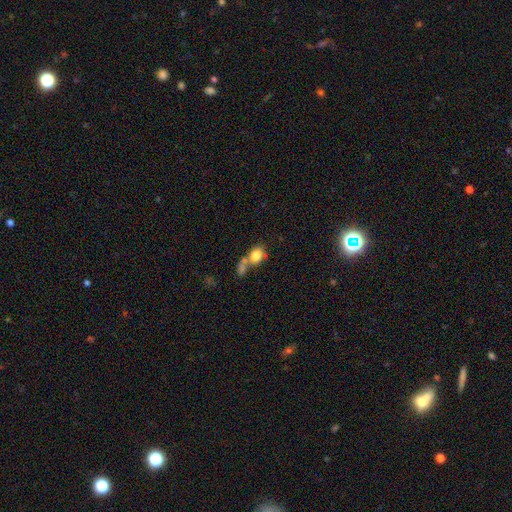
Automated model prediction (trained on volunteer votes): Smooth or featured? smooth (78%)
How rounded? in between (50%)
Merging? merger (54%)